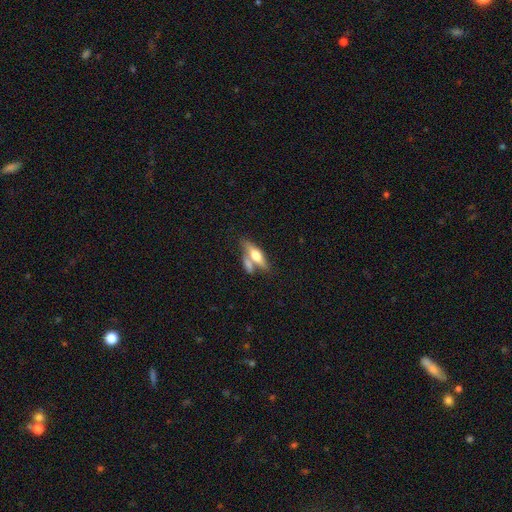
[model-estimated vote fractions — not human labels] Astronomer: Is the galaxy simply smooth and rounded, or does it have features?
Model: smooth — 51% (runner-up: featured or disk, 43%).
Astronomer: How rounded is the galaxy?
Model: cigar-shaped — 50% (runner-up: in between, 46%).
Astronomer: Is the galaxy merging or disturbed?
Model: none — 44% (runner-up: merger, 39%).